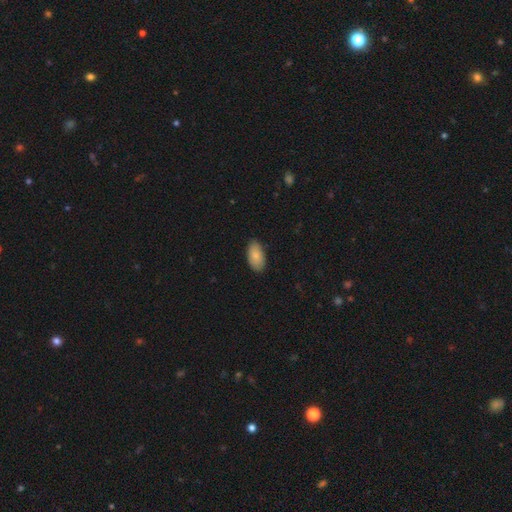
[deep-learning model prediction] A smooth galaxy with no disk features (85%) that is in between round and cigar-shaped (95%). Merging: none (84%).